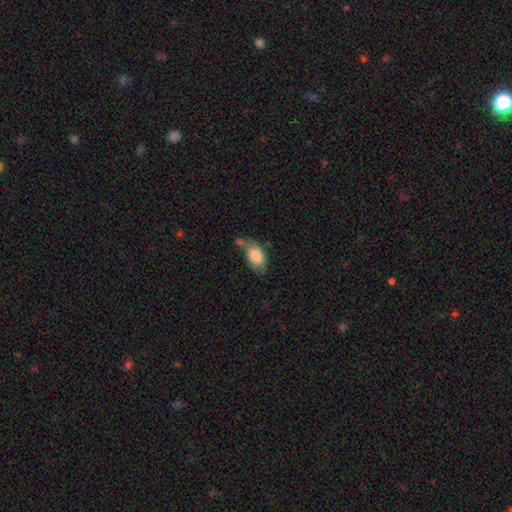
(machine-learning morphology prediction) smooth 77%, featured or disk 16%, star or artifact 7%. Down the decision tree: how rounded — in between (92%); merging — none (37%).